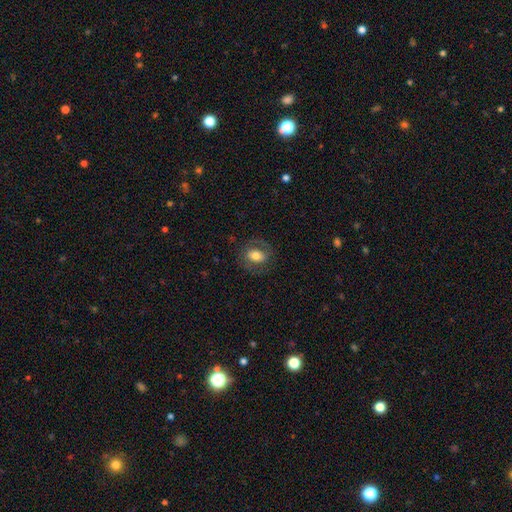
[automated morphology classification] smooth_or_featured: smooth (p=0.58) [alt: featured or disk p=0.34]
how_rounded: in between (p=0.63) [alt: round p=0.35]
merging: none (p=0.74) [alt: minor disturbance p=0.15]